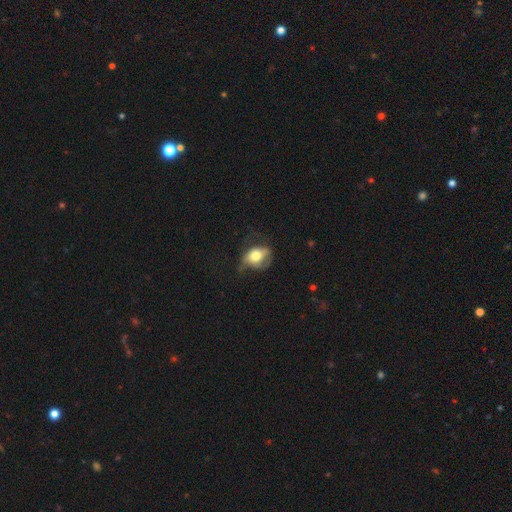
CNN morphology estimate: smooth 62%, featured or disk 30%, star or artifact 8%. Down the decision tree: how rounded — in between (60%); merging — none (34%).